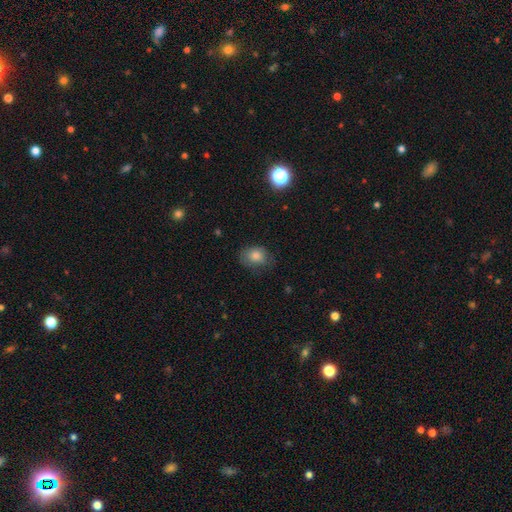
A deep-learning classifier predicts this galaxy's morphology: A smooth galaxy with no disk features (75%) that is in between round and cigar-shaped (62%). Merging: none (67%).